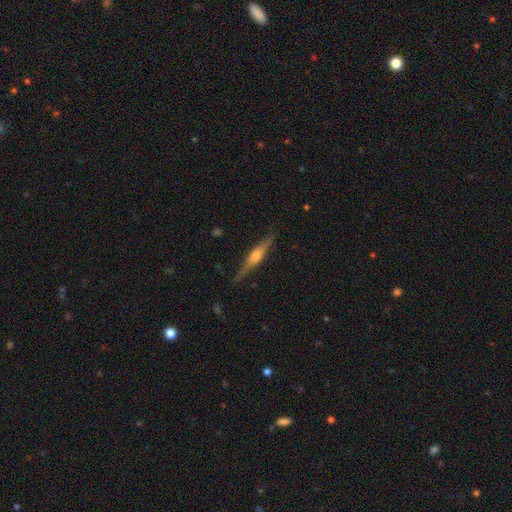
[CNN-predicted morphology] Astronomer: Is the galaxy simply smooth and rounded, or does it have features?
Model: featured or disk — 75%.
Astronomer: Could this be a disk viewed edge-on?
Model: yes — 98%.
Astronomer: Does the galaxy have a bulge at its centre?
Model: rounded — 79%.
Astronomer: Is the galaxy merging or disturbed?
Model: none — 86%.